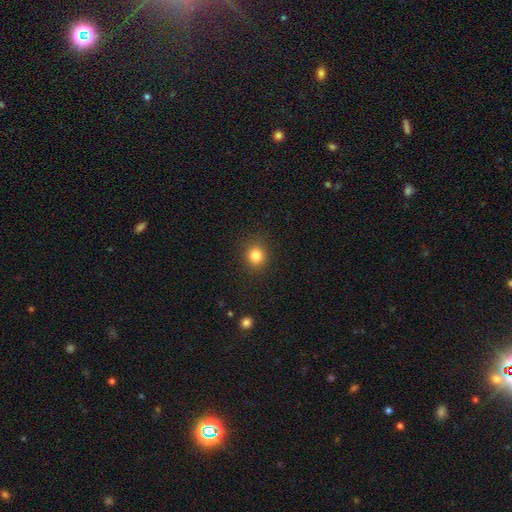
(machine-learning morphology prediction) Smooth or featured?
  - smooth: 83% *
  - star or artifact: 12%
  - featured or disk: 5%
How rounded?
  - round: 83% *
  - in between: 16%
  - cigar-shaped: 1%
Merging?
  - none: 89% *
  - minor disturbance: 7%
  - major disturbance: 3%
  - merger: 1%